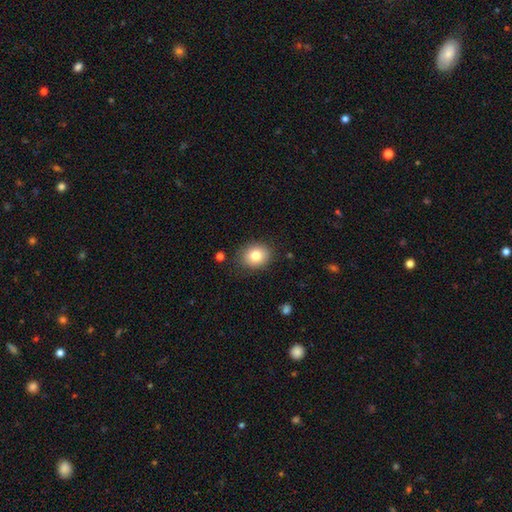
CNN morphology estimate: Q: Smooth or featured?
A: smooth (80%); runner-up: star or artifact (10%)
Q: How rounded?
A: round (63%); runner-up: in between (36%)
Q: Merging?
A: none (85%); runner-up: minor disturbance (10%)